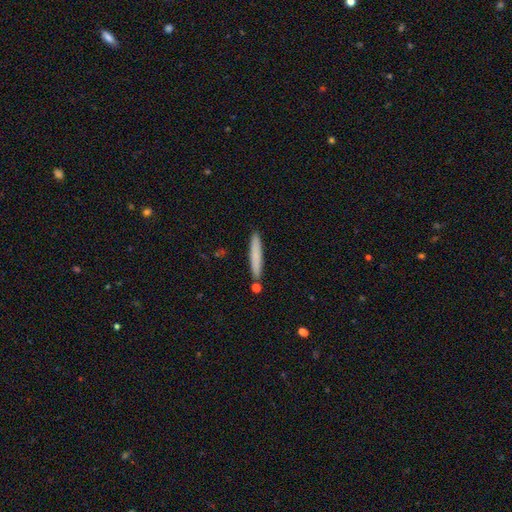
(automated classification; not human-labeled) smooth 76%, featured or disk 18%, star or artifact 6%. Down the decision tree: how rounded — cigar-shaped (94%); merging — none (86%).